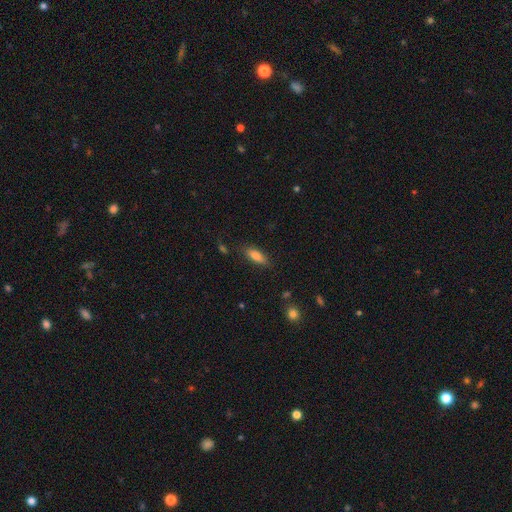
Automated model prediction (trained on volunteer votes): smooth_or_featured: smooth (p=0.82) [alt: featured or disk p=0.11]
how_rounded: in between (p=0.68) [alt: cigar-shaped p=0.30]
merging: none (p=0.79) [alt: minor disturbance p=0.15]